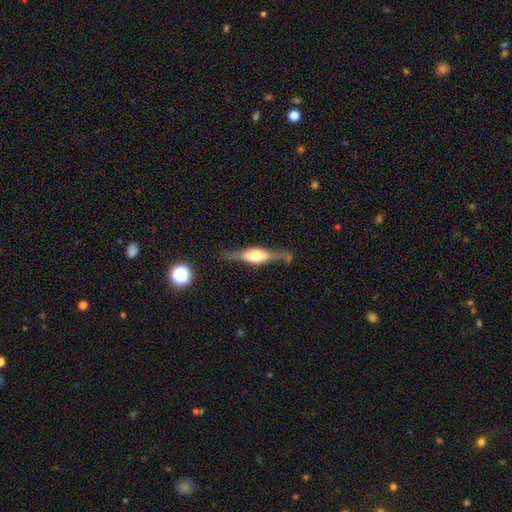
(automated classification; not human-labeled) This is likely a featured or disk galaxy (68%). It is clearly viewed edge-on (91%). Edge-on bulge: likely rounded (77%). Merging: likely none (71%).